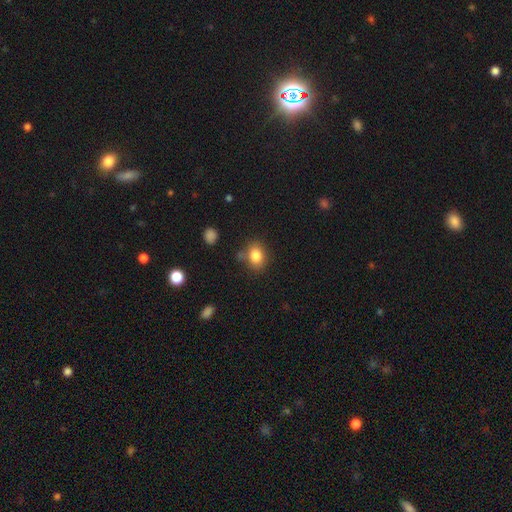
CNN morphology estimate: A smooth galaxy with no disk features (83%) that is in between round and cigar-shaped (55%). Merging: none (75%).